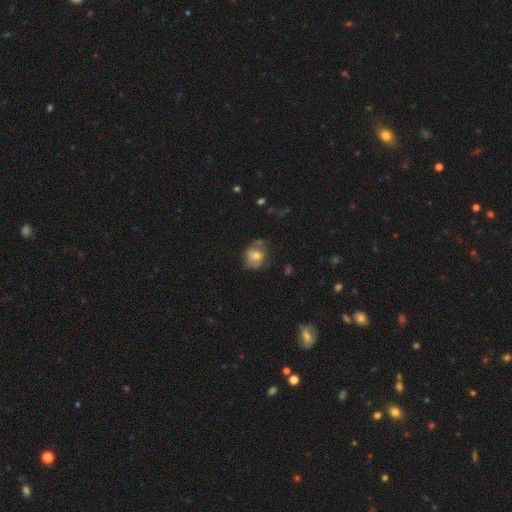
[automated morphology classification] The model was most divided on "smooth or featured": smooth: 51%, featured or disk: 39%, star or artifact: 9%. More confident: how rounded — round (57%); merging — none (55%).